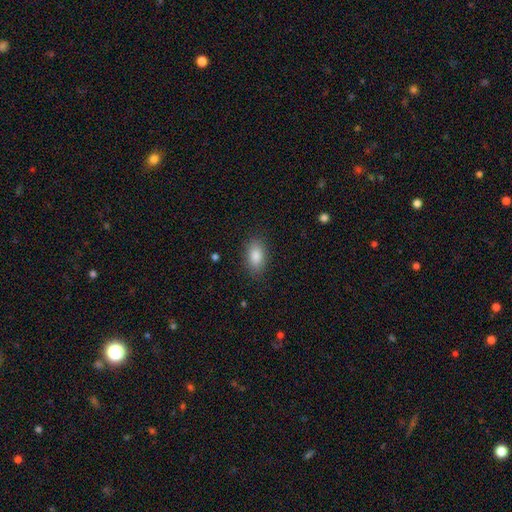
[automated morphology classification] type=smooth (86%); roundness=in between (90%); merging=none (87%).